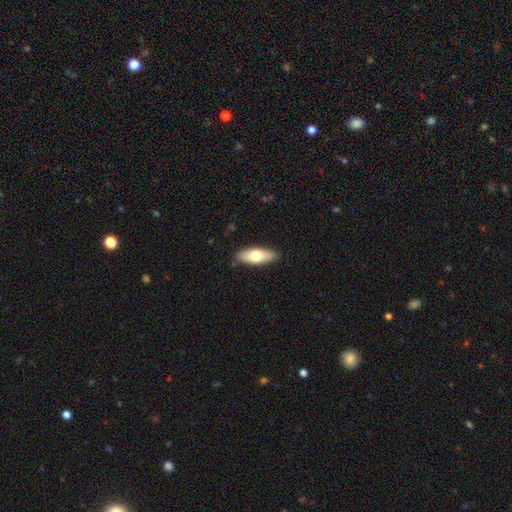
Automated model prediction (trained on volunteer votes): smooth-or-featured: smooth: 68% | featured or disk: 26% | star or artifact: 6%
  how-rounded: in between: 70% | cigar-shaped: 27% | round: 2%
  merging: none: 88% | minor disturbance: 9% | major disturbance: 2% | merger: 1%